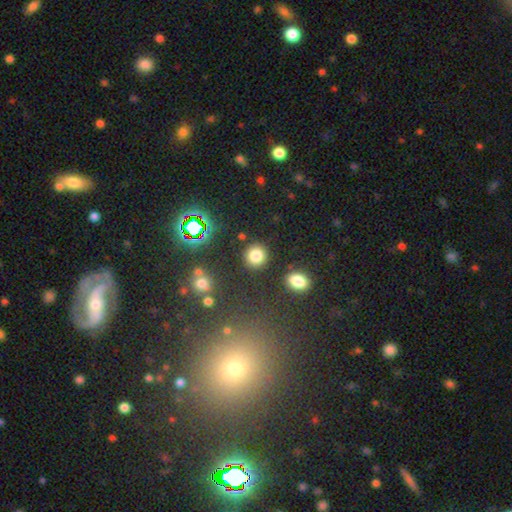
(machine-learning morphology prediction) A smooth galaxy with no disk features (79%) that is round (88%). Merging: none (85%).